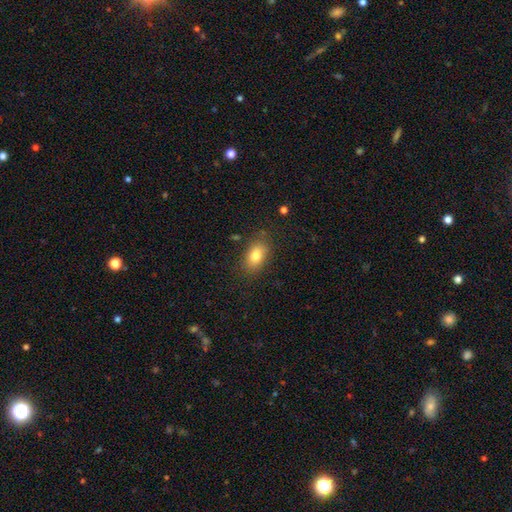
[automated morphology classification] A smooth galaxy with no disk features (81%) that is in between round and cigar-shaped (86%).

Vote fractions:
- Smooth or featured? smooth: 81% / featured or disk: 11% / star or artifact: 9%
- How rounded? in between: 86% / round: 11% / cigar-shaped: 3%
- Merging? none: 81% / minor disturbance: 13% / major disturbance: 4% / merger: 2%